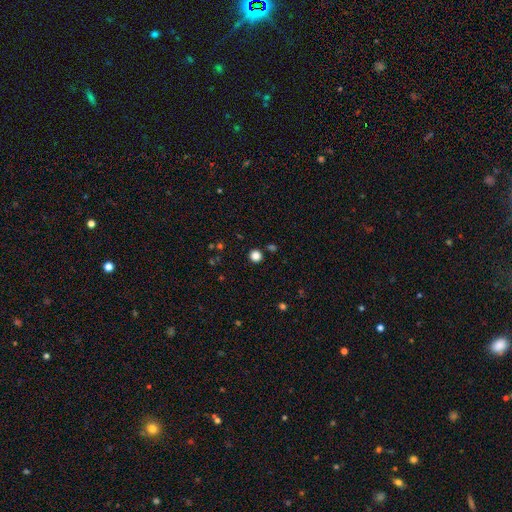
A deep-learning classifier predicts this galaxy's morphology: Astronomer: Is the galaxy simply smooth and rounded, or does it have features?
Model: smooth — 83%.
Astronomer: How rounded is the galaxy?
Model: round — 94%.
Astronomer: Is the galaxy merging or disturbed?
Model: none — 91%.